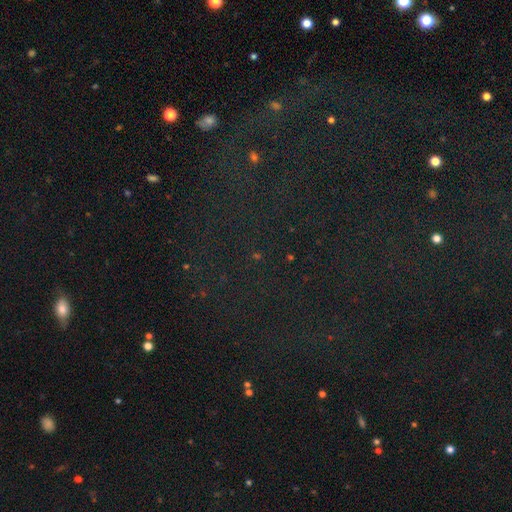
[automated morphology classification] Smooth or featured?
  - star or artifact: 79% *
  - smooth: 12%
  - featured or disk: 9%